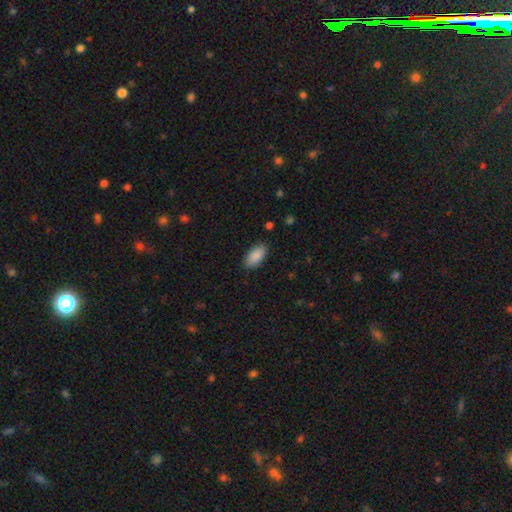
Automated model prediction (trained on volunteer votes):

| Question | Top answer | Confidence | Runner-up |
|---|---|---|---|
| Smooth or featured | smooth | 89% | star or artifact (6%) |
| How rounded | in between | 94% | cigar-shaped (4%) |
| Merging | none | 86% | minor disturbance (11%) |